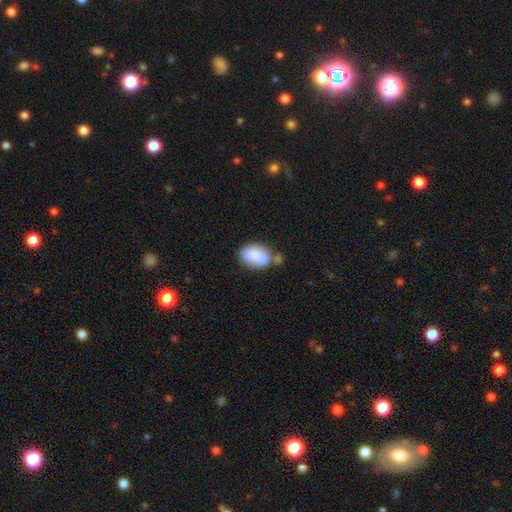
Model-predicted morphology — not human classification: This is likely a smooth galaxy (79%). How rounded: clearly in between (84%). Merging: marginally none (43%).